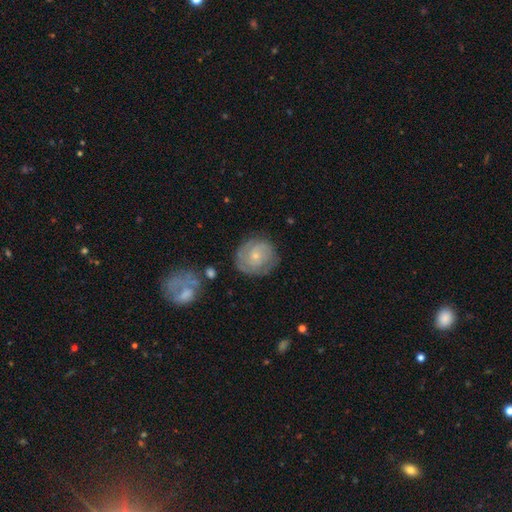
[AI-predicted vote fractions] Smooth or featured? Predicted: featured or disk (p=0.64). Edge-on disk? Predicted: no (p=0.97). Bar? Predicted: no (p=0.78). Spiral arms? Predicted: yes (p=0.82). Spiral winding? Predicted: tight (p=0.66). Spiral arm count? Predicted: can't tell (p=0.39). Bulge size? Predicted: small (p=0.78). Merging? Predicted: none (p=0.75).